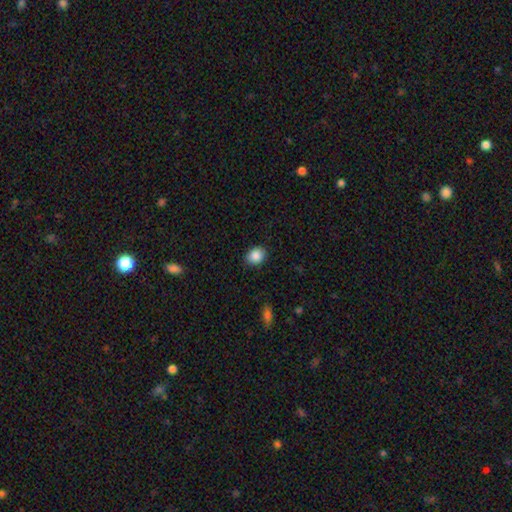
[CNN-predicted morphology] The model was most divided on "how rounded": round: 50%, in between: 49%, cigar-shaped: 1%. More confident: merging — none (88%); smooth or featured — smooth (88%).